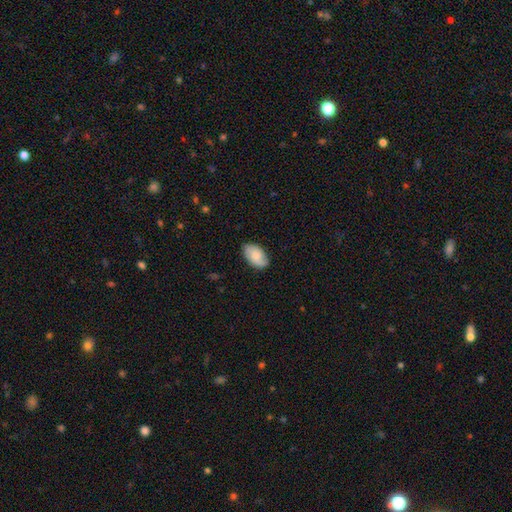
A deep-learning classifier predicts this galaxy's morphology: Q: Smooth or featured?
A: smooth (72%); runner-up: featured or disk (22%)
Q: How rounded?
A: in between (93%); runner-up: round (5%)
Q: Merging?
A: none (79%); runner-up: minor disturbance (17%)